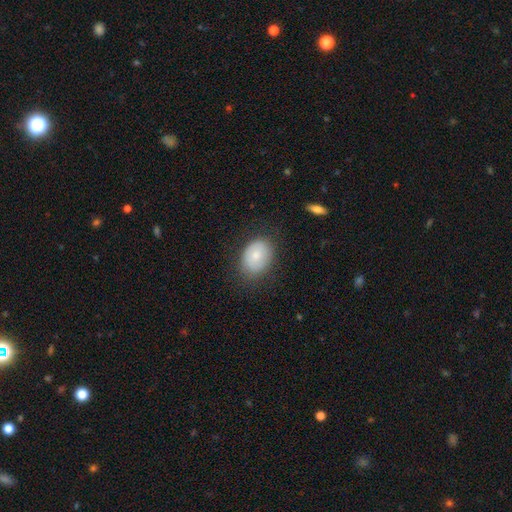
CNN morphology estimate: smooth 75%, featured or disk 17%, star or artifact 7%. Down the decision tree: how rounded — in between (70%); merging — none (76%).